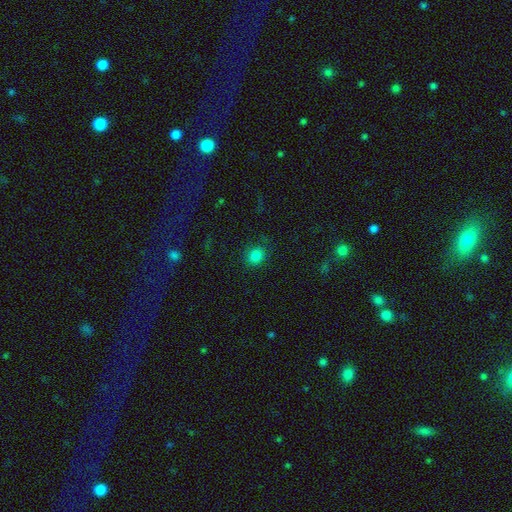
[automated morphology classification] Smooth or featured? Predicted: smooth (p=0.82). How rounded? Predicted: round (p=0.75). Merging? Predicted: none (p=0.84).